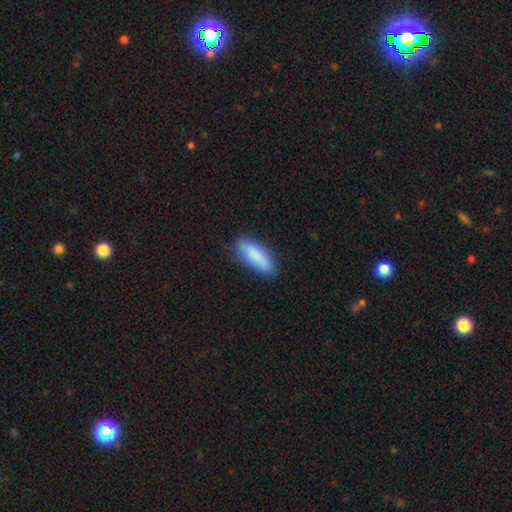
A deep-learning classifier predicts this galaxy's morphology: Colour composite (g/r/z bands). It shows a smooth galaxy with no disk features (84%) that is in between round and cigar-shaped (54%). Merging: none (79%).